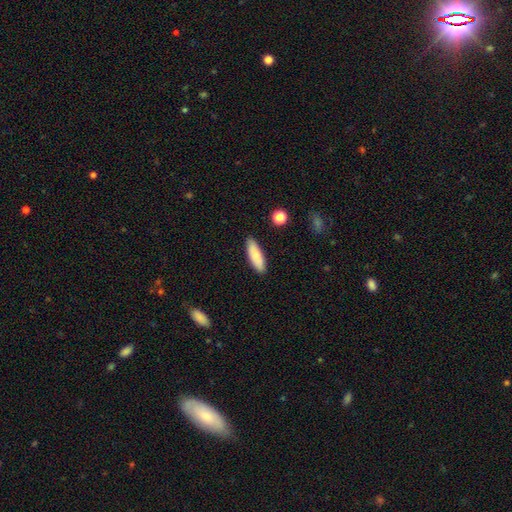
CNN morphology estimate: The model was most divided on "how rounded": cigar-shaped: 52%, in between: 46%, round: 2%. More confident: merging — none (89%); smooth or featured — smooth (82%).